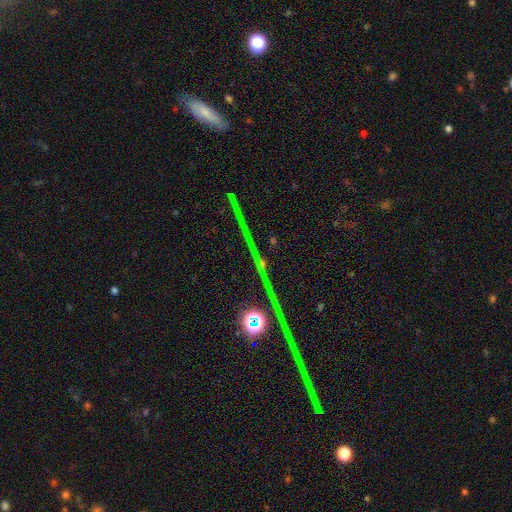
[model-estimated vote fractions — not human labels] This appears to be a star or artifact, not a galaxy (72%).